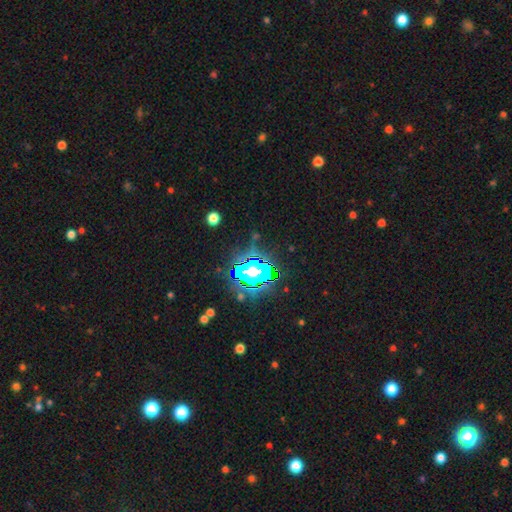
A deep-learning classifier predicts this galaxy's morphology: Smooth or featured: star or artifact — 83% (smooth — 10%)